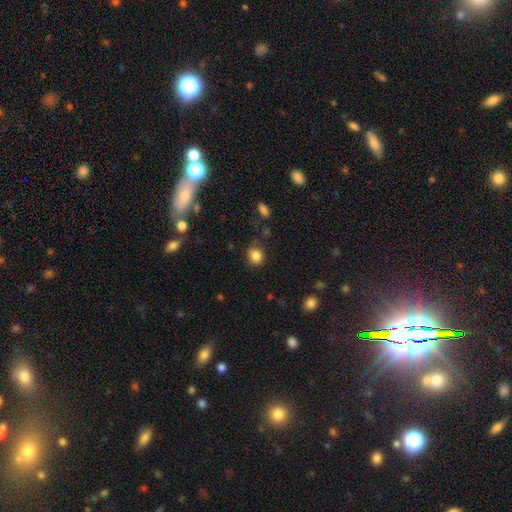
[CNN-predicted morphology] Smooth or featured?
  - smooth: 85% *
  - star or artifact: 11%
  - featured or disk: 5%
How rounded?
  - round: 76% *
  - in between: 23%
  - cigar-shaped: 1%
Merging?
  - none: 79% *
  - minor disturbance: 15%
  - major disturbance: 4%
  - merger: 2%